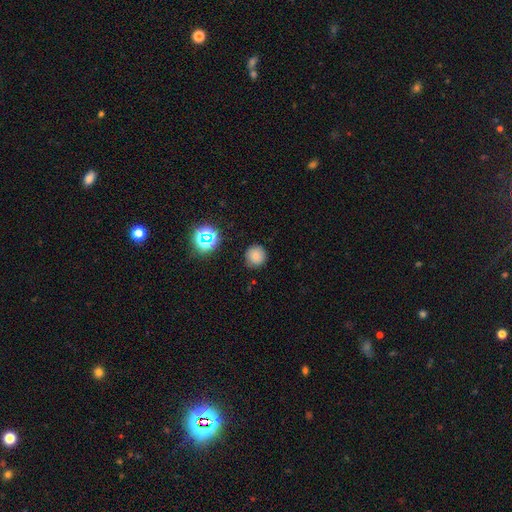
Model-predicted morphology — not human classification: This appears to be a smooth galaxy with no disk features (76%) that is round (94%). Merging: none (87%).